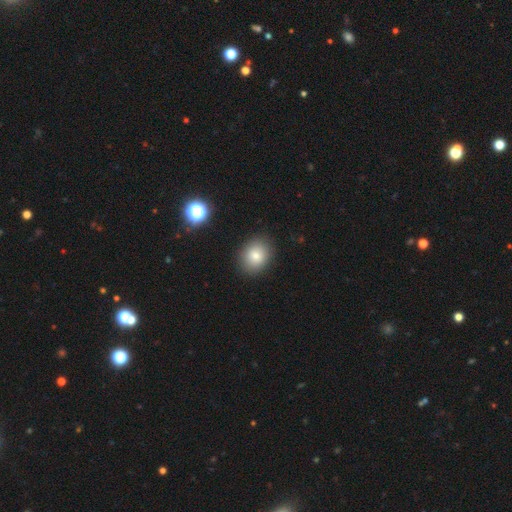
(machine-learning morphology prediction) Smooth or featured: smooth — 80% (star or artifact — 11%)
How rounded: round — 56% (in between — 43%)
Merging: none — 87% (minor disturbance — 9%)